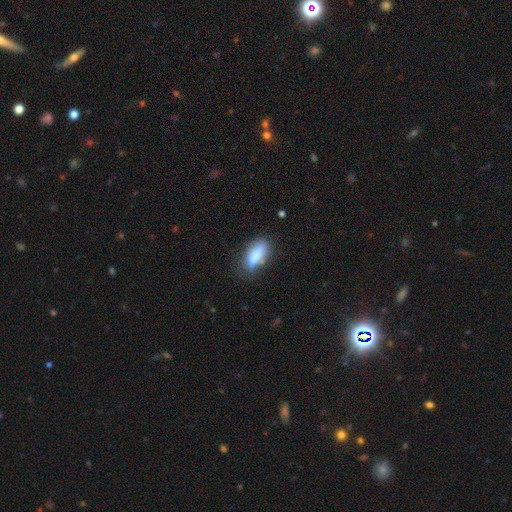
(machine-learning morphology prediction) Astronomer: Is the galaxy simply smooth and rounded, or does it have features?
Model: smooth — 79%.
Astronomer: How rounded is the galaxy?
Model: in between — 71%.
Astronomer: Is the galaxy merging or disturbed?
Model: none — 62%.